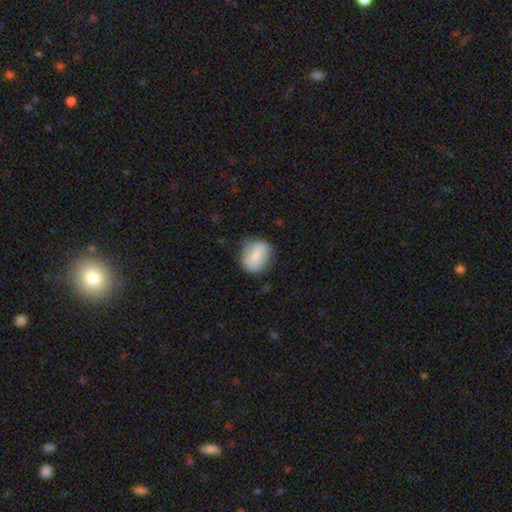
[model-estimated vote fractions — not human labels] A smooth galaxy with no disk features (65%) that is round (59%). Merging: none (71%).